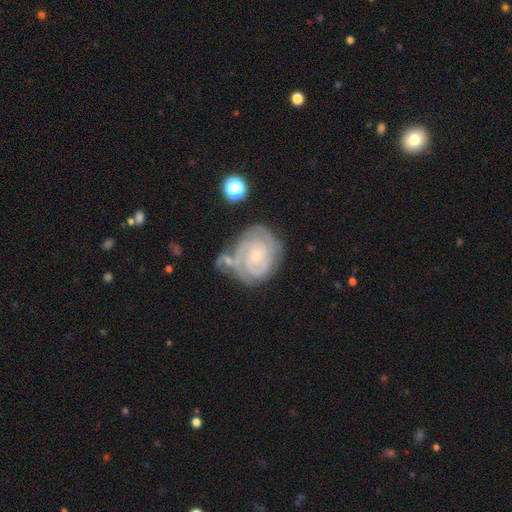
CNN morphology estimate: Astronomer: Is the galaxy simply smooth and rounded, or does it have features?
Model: featured or disk — 79%.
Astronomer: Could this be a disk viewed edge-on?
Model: no — 97%.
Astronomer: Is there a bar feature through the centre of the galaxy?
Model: no — 75%.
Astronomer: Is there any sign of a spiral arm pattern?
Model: yes — 93%.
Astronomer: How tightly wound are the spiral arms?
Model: tight — 76%.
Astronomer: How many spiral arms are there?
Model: can't tell — 37% (runner-up: 2, 26%).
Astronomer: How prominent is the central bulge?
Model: small — 75%.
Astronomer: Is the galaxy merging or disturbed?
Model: none — 54%.